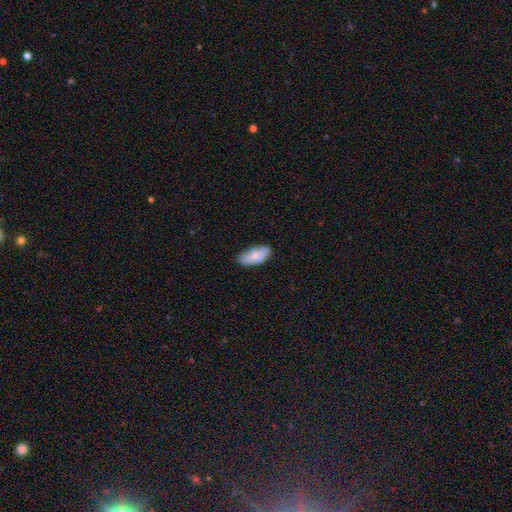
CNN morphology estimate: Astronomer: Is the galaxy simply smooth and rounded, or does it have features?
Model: smooth — 72%.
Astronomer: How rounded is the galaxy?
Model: in between — 90%.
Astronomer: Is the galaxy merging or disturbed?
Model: none — 69%.